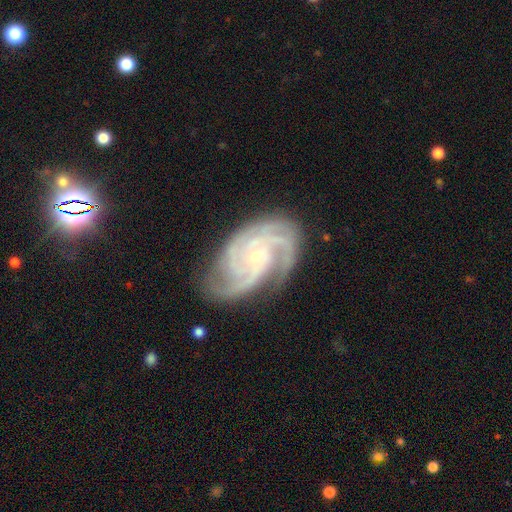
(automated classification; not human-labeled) Smooth or featured? Predicted: featured or disk (p=0.92). Edge-on disk? Predicted: no (p=0.98). Bar? Predicted: no (p=0.70). Spiral arms? Predicted: yes (p=0.99). Spiral winding? Predicted: tight (p=0.62). Spiral arm count? Predicted: 3 (p=0.48). Bulge size? Predicted: small (p=0.78). Merging? Predicted: none (p=0.75).